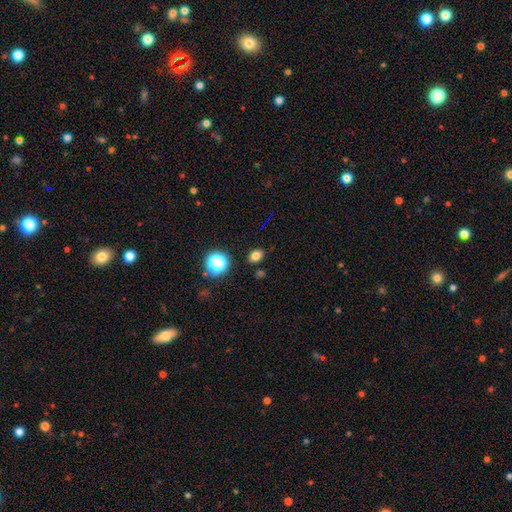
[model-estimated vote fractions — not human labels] Q: Smooth or featured?
A: smooth (77%); runner-up: star or artifact (17%)
Q: How rounded?
A: in between (67%); runner-up: round (32%)
Q: Merging?
A: none (85%); runner-up: minor disturbance (9%)